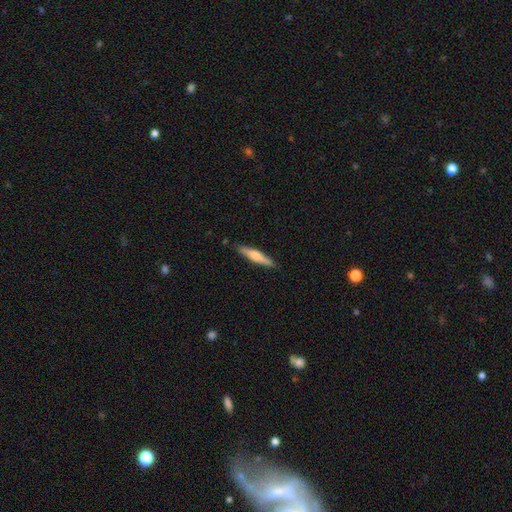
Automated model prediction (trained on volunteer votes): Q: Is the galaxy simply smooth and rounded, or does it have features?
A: smooth — 57%.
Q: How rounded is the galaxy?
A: cigar-shaped — 88%.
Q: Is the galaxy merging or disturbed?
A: none — 88%.